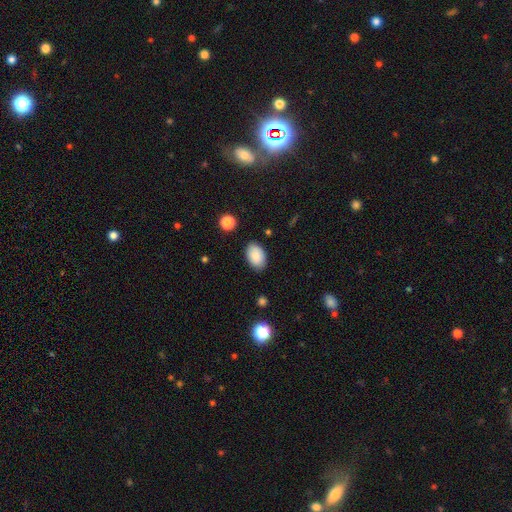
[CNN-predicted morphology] type=smooth (84%); roundness=in between (90%); merging=none (85%).